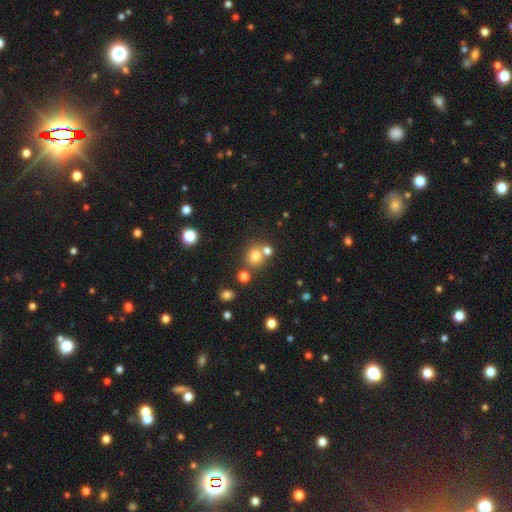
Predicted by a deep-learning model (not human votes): A smooth galaxy with no disk features (73%) that is round (80%).

Vote fractions:
- Smooth or featured? smooth: 73% / star or artifact: 17% / featured or disk: 10%
- How rounded? round: 80% / in between: 19% / cigar-shaped: 1%
- Merging? none: 61% / merger: 26% / minor disturbance: 9% / major disturbance: 4%